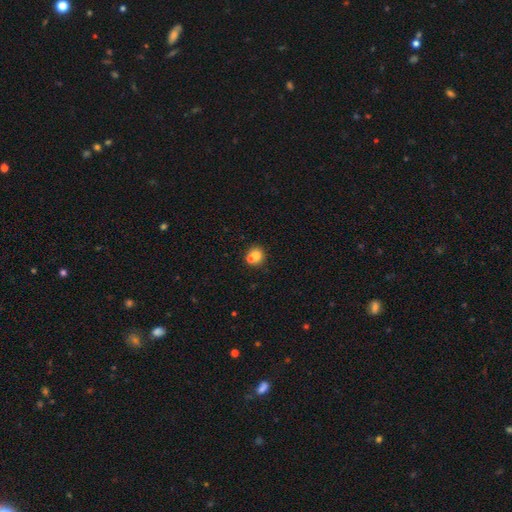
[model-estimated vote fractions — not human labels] Smooth or featured?
  - smooth: 73% *
  - featured or disk: 16%
  - star or artifact: 11%
How rounded?
  - round: 83% *
  - in between: 16%
  - cigar-shaped: 1%
Merging?
  - none: 47% *
  - merger: 42%
  - minor disturbance: 8%
  - major disturbance: 3%